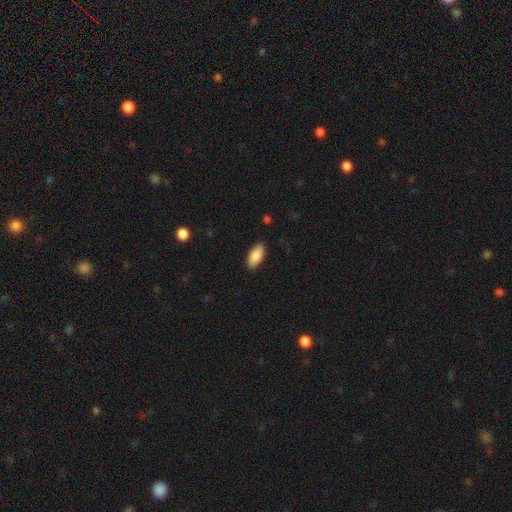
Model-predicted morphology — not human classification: A smooth galaxy with no disk features (89%) that is in between round and cigar-shaped (90%). Merging: none (88%).